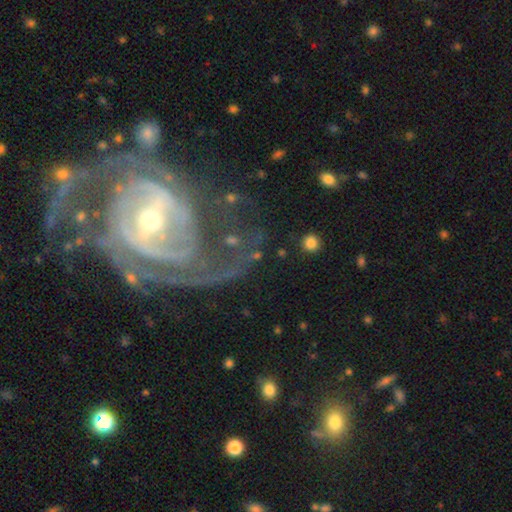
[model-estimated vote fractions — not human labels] Smooth or featured: featured or disk — 62% (smooth — 24%)
Edge-on disk: no — 94% (yes — 6%)
Bar: no — 38% (weak — 33%)
Spiral arms: yes — 83% (no — 17%)
Bulge size: small — 42% (tied with moderate — 42%)
Merging: none — 68% (minor disturbance — 14%)